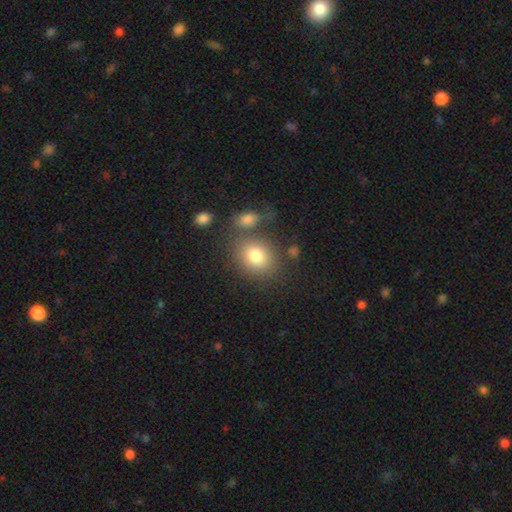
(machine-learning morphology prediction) Smooth or featured? Predicted: smooth (p=0.79). How rounded? Predicted: round (p=0.58). Merging? Predicted: none (p=0.66).